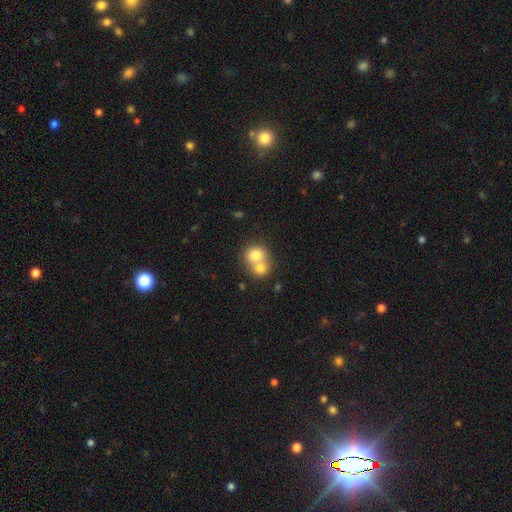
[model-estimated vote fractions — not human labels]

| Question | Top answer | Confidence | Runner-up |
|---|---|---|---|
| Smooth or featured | smooth | 77% | featured or disk (14%) |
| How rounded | round | 77% | in between (22%) |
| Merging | merger | 65% | none (28%) |